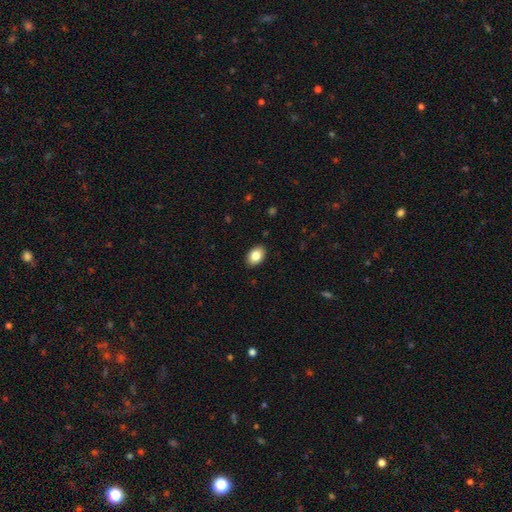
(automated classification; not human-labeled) smooth 84%, featured or disk 8%, star or artifact 8%. Down the decision tree: how rounded — in between (84%); merging — none (89%).